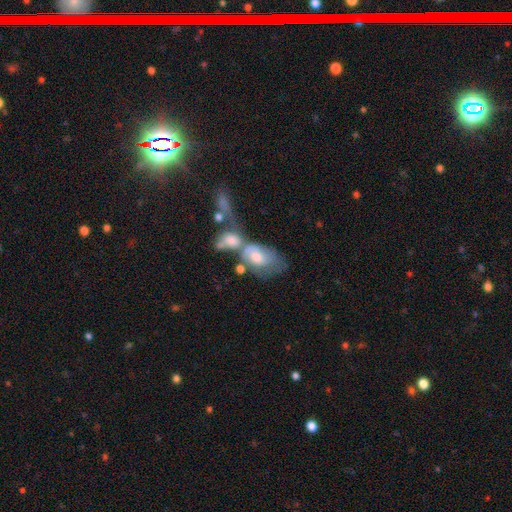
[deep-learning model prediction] A smooth galaxy with no disk features (45%). Merging: merger (60%).